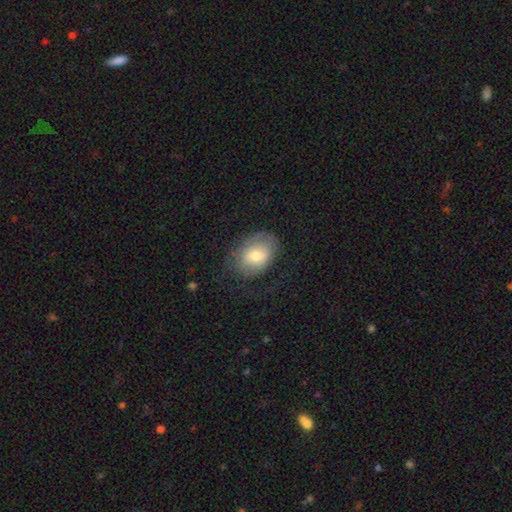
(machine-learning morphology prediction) type=smooth (62%); roundness=in between (74%); merging=none (59%).